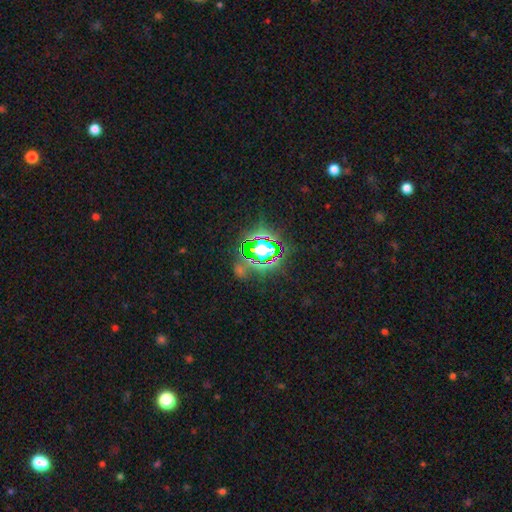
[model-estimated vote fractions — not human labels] Q: Smooth or featured?
A: star or artifact (68%); runner-up: smooth (18%)